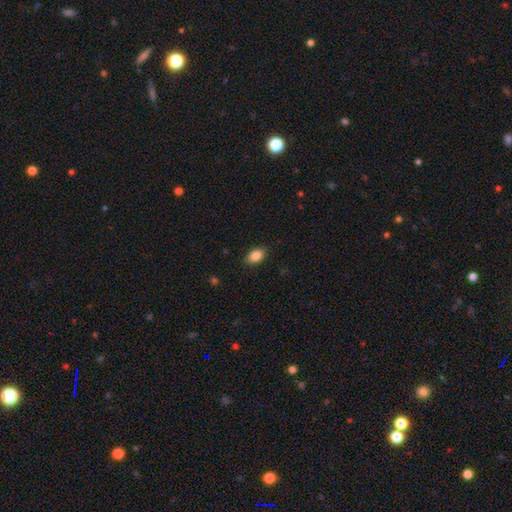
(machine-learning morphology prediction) smooth-or-featured: smooth: 85% | star or artifact: 8% | featured or disk: 7%
  how-rounded: in between: 88% | round: 10% | cigar-shaped: 2%
  merging: none: 87% | minor disturbance: 10% | major disturbance: 2% | merger: 1%